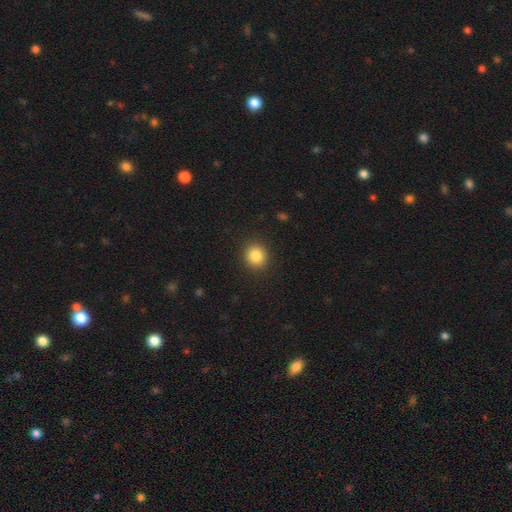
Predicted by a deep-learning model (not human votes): Q: Smooth or featured?
A: smooth (85%); runner-up: star or artifact (10%)
Q: How rounded?
A: round (87%); runner-up: in between (12%)
Q: Merging?
A: none (91%); runner-up: minor disturbance (6%)